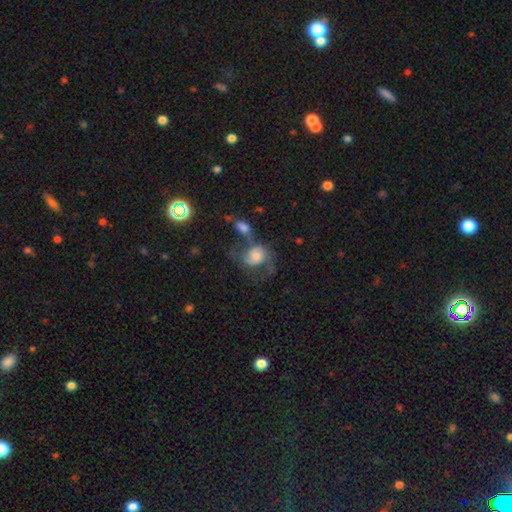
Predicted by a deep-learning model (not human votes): smooth-or-featured: featured or disk: 56% | smooth: 34% | star or artifact: 10%
  disk-edge-on: no: 97% | yes: 3%
    bar: no: 67% | weak: 28% | strong: 5%
    has-spiral-arms: yes: 83% | no: 17%
    bulge-size: moderate: 36% | large: 26% | small: 21% | none: 11% | dominant: 5%
  merging: merger: 31% | none: 27% | major disturbance: 26% | minor disturbance: 16%